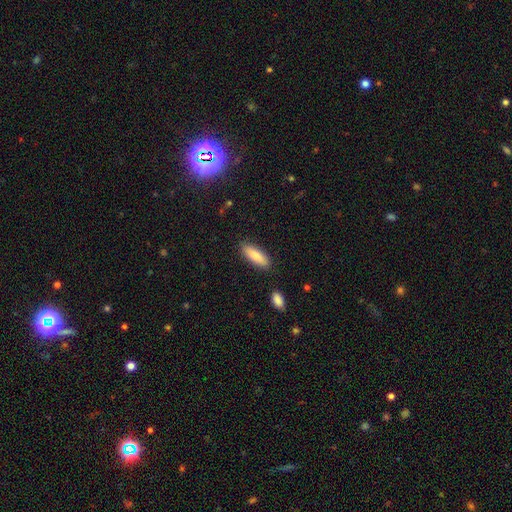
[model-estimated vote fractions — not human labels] A smooth galaxy with no disk features (86%) that is in between round and cigar-shaped (51%). Merging: none (86%).